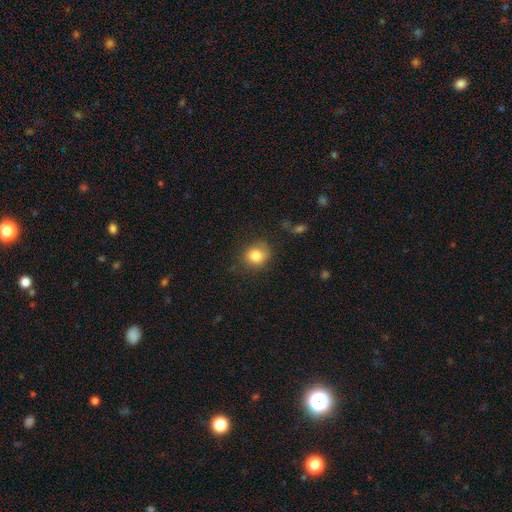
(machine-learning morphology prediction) type=smooth (82%); roundness=round (78%); merging=none (73%).